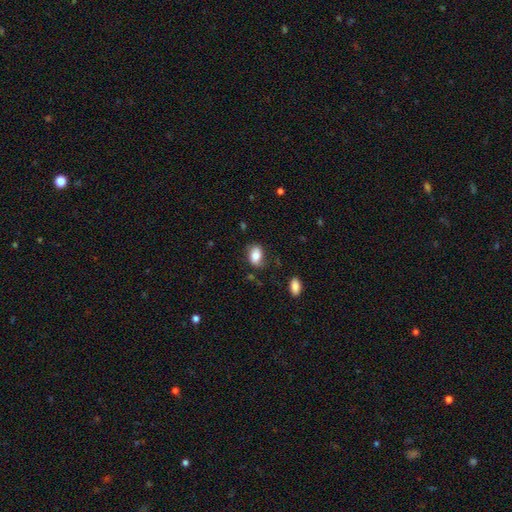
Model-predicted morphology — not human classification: Q: Smooth or featured?
A: smooth (79%); runner-up: featured or disk (13%)
Q: How rounded?
A: in between (80%); runner-up: round (18%)
Q: Merging?
A: none (72%); runner-up: minor disturbance (20%)